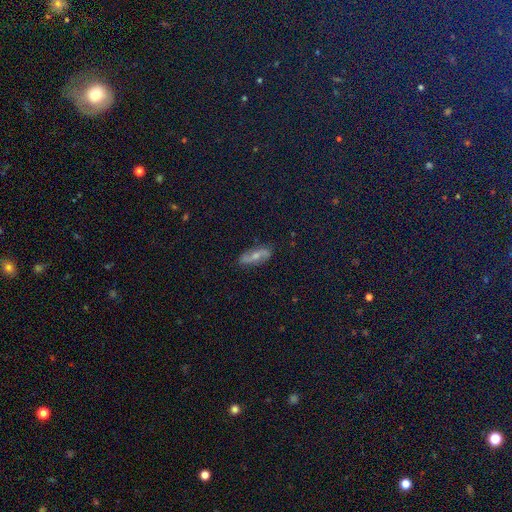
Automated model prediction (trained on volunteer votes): Morphology: type=featured or disk (56%); edge-on=no (83%); merging=none (86%).